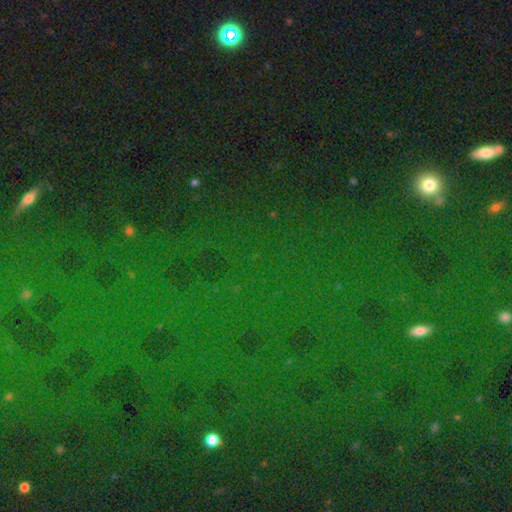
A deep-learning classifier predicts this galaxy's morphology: Smooth or featured: star or artifact — 79% (smooth — 13%)